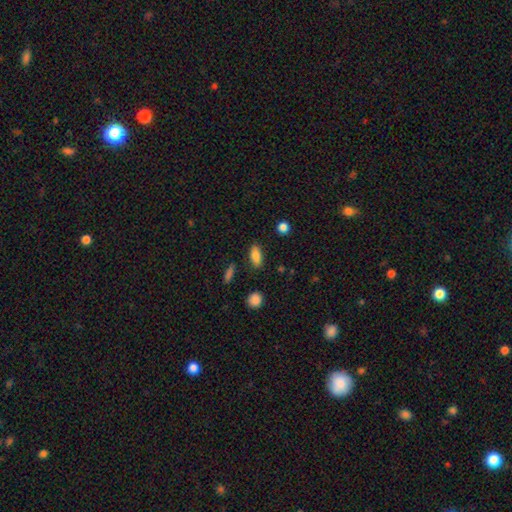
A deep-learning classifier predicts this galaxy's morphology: A smooth galaxy with no disk features (85%) that is in between round and cigar-shaped (82%).

Vote fractions:
- Smooth or featured? smooth: 85% / star or artifact: 8% / featured or disk: 7%
- How rounded? in between: 82% / cigar-shaped: 14% / round: 4%
- Merging? none: 86% / minor disturbance: 10% / major disturbance: 3% / merger: 2%